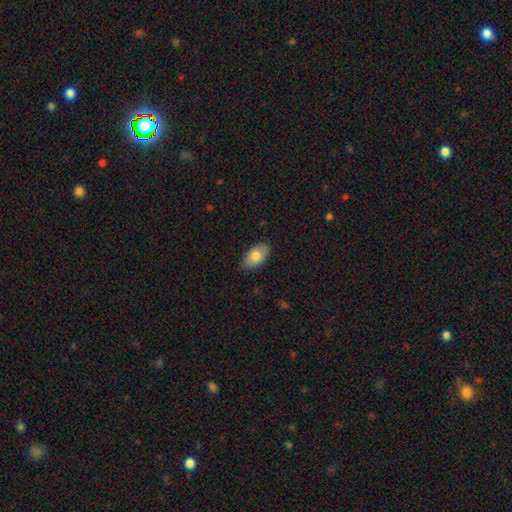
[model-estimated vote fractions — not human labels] Smooth or featured?
  - smooth: 78% *
  - featured or disk: 15%
  - star or artifact: 6%
How rounded?
  - in between: 93% *
  - round: 5%
  - cigar-shaped: 2%
Merging?
  - none: 83% *
  - minor disturbance: 13%
  - major disturbance: 2%
  - merger: 1%